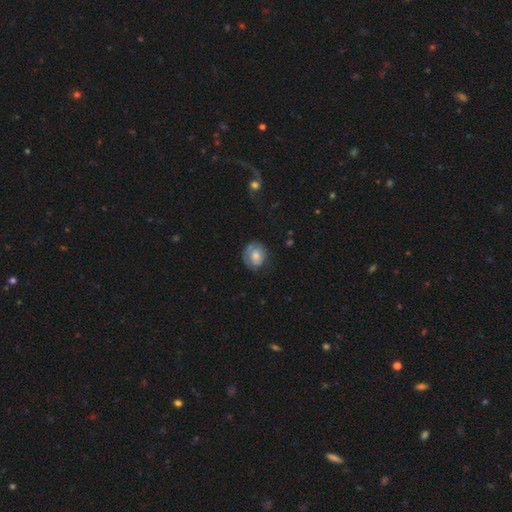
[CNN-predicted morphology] Smooth or featured? Predicted: smooth (p=0.67). How rounded? Predicted: round (p=0.73). Merging? Predicted: none (p=0.63).